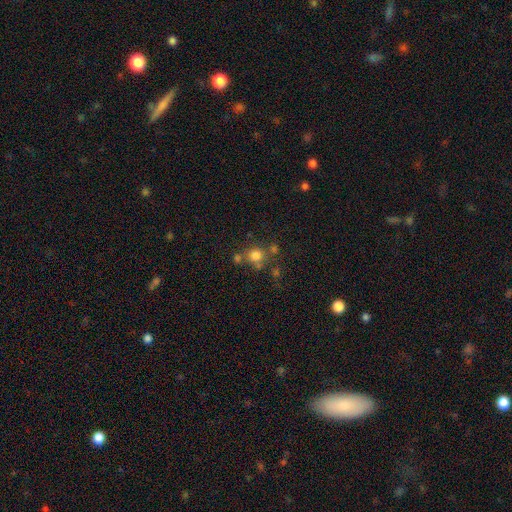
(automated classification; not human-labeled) Overall: smooth (74%). How rounded: round (87%). Merging: none (62%).